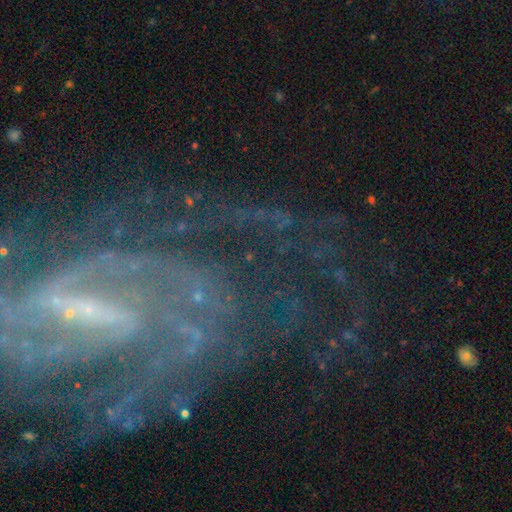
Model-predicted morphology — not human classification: Overall: featured or disk (86%). Edge-on disk: no (97%). Bar: strong (44%; weak 38%). Spiral arms: yes (95%). Spiral arm count: 2 (42%; can't tell 21%). Spiral winding: medium (45%; tight 36%). Bulge size: small (69%). Merging: none (57%; major disturbance 23%).